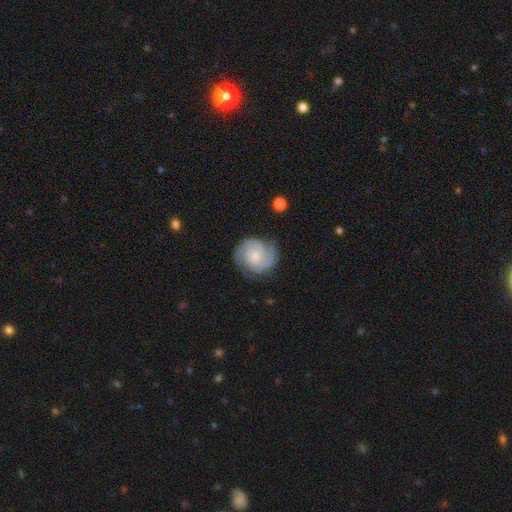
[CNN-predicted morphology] Smooth or featured? Predicted: featured or disk (p=0.81). Edge-on disk? Predicted: no (p=0.98). Bar? Predicted: no (p=0.72). Spiral arms? Predicted: yes (p=0.96). Spiral winding? Predicted: tight (p=0.59). Spiral arm count? Predicted: 2 (p=0.52). Bulge size? Predicted: small (p=0.70). Merging? Predicted: none (p=0.75).